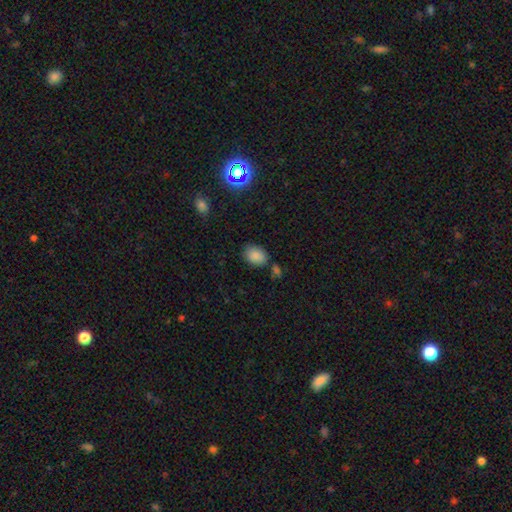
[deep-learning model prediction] smooth 85%, star or artifact 10%, featured or disk 5%. Down the decision tree: how rounded — in between (73%); merging — none (71%).